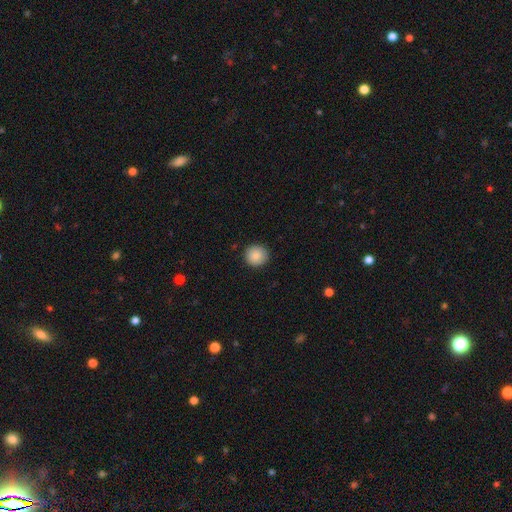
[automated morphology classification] smooth_or_featured: smooth (p=0.86) [alt: star or artifact p=0.09]
how_rounded: round (p=0.93) [alt: in between p=0.06]
merging: none (p=0.91) [alt: minor disturbance p=0.06]